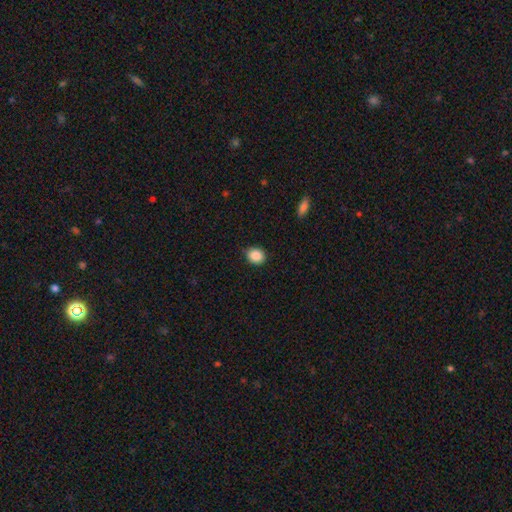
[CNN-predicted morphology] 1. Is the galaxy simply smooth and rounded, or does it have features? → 88% smooth, 9% star or artifact, 4% featured or disk.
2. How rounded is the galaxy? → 69% round, 30% in between, 1% cigar-shaped.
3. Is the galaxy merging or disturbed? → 82% none, 14% minor disturbance, 2% major disturbance, 1% merger.